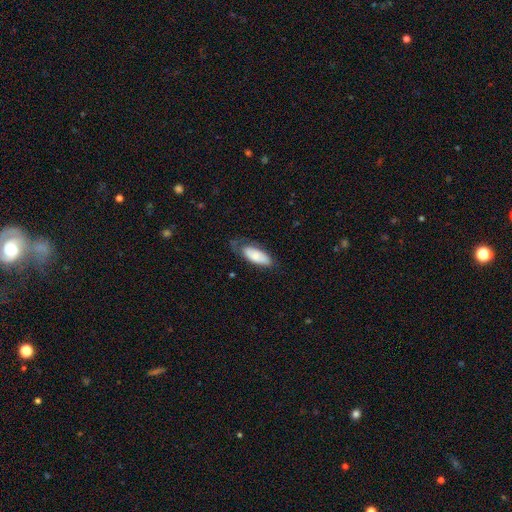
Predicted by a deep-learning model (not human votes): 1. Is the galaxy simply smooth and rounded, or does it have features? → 69% smooth, 25% featured or disk, 6% star or artifact.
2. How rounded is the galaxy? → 79% in between, 19% cigar-shaped, 2% round.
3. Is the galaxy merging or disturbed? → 47% none, 33% minor disturbance, 18% major disturbance, 2% merger.